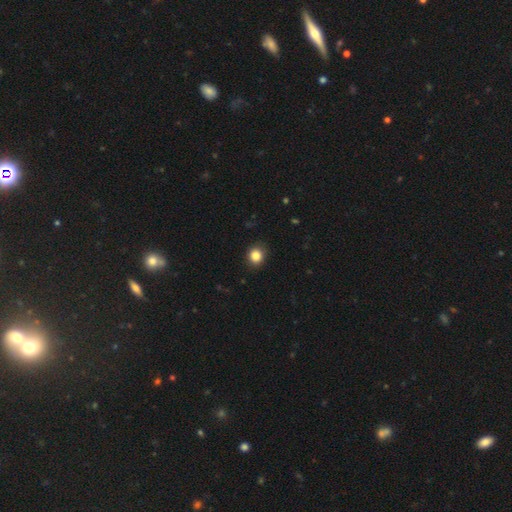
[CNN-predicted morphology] A smooth galaxy with no disk features (85%) that is round (81%). Merging: none (88%).